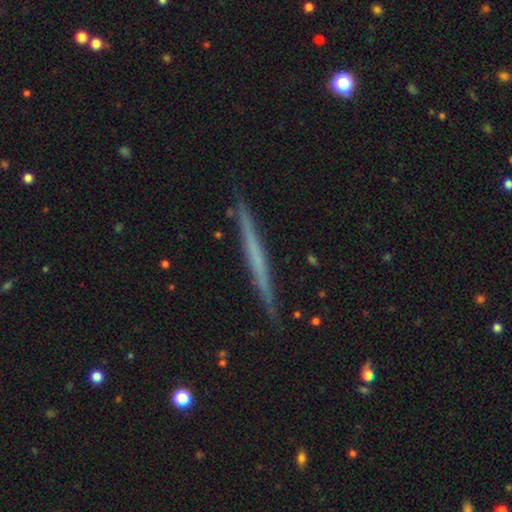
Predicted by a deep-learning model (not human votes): featured or disk 55%, smooth 40%, star or artifact 6%. Down the decision tree: edge-on disk — yes (97%); edge-on bulge — none (90%); merging — none (91%).